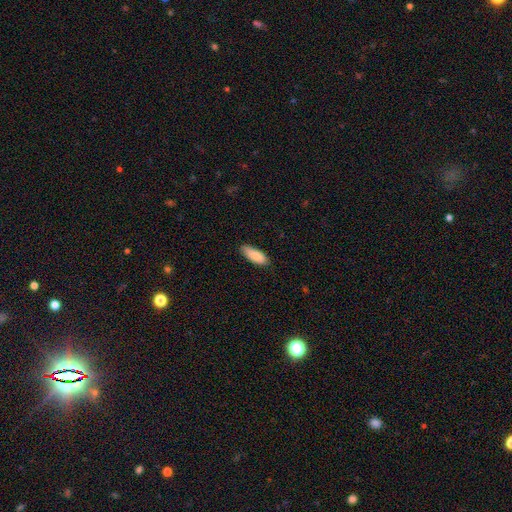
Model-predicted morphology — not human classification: Smooth or featured?
  - smooth: 87% *
  - featured or disk: 7%
  - star or artifact: 6%
How rounded?
  - in between: 73% *
  - cigar-shaped: 25%
  - round: 2%
Merging?
  - none: 82% *
  - minor disturbance: 14%
  - major disturbance: 2%
  - merger: 1%